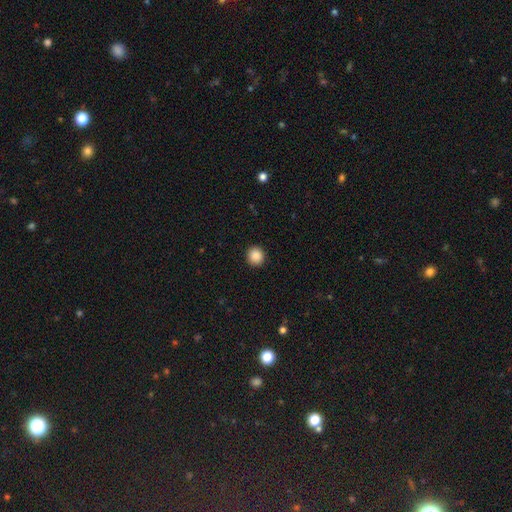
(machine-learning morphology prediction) This appears to be a smooth galaxy with no disk features (88%) that is round (91%). Merging: none (92%).